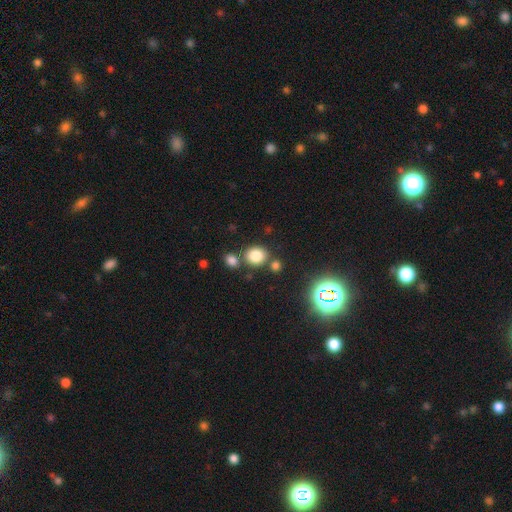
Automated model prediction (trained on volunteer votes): smooth 80%, star or artifact 14%, featured or disk 6%. Down the decision tree: how rounded — round (76%); merging — none (70%).